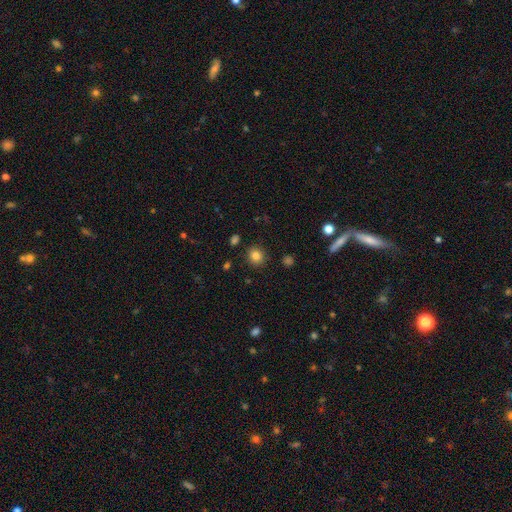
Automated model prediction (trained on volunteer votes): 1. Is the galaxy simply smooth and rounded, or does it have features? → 83% smooth, 12% star or artifact, 5% featured or disk.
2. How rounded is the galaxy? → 86% round, 13% in between, 1% cigar-shaped.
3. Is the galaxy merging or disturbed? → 89% none, 7% minor disturbance, 2% major disturbance, 2% merger.